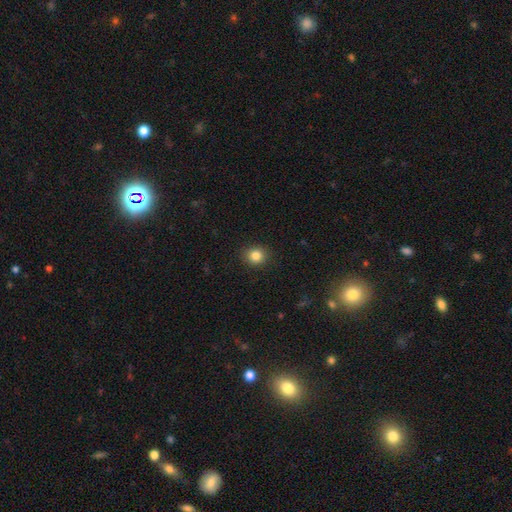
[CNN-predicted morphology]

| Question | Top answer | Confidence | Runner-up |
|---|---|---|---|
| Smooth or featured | smooth | 84% | star or artifact (11%) |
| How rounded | round | 85% | in between (14%) |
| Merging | none | 91% | minor disturbance (6%) |